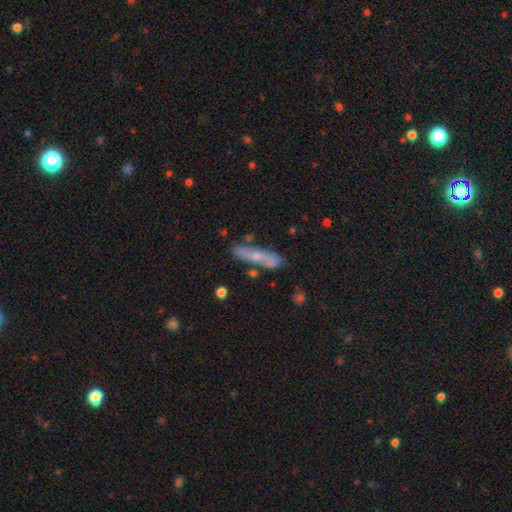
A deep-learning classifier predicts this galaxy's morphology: Smooth or featured? smooth (47%)
Merging? none (69%)